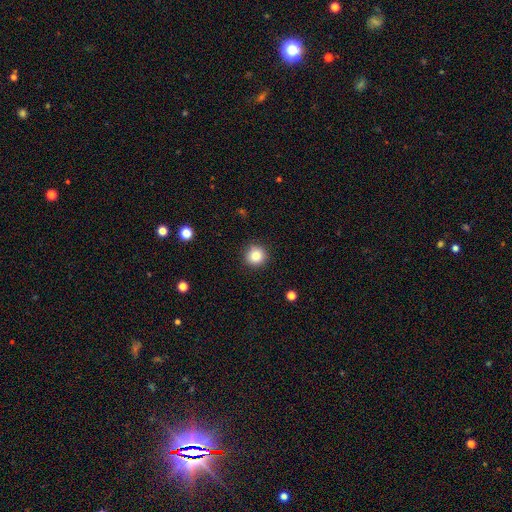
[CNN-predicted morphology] smooth-or-featured: smooth: 85% | star or artifact: 10% | featured or disk: 5%
  how-rounded: round: 94% | in between: 5% | cigar-shaped: 1%
  merging: none: 90% | minor disturbance: 7% | major disturbance: 2% | merger: 1%